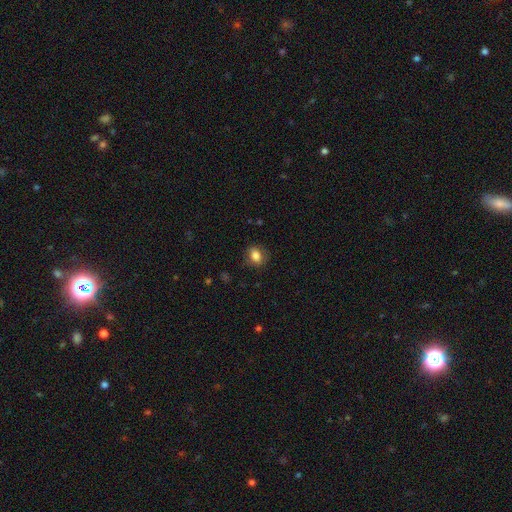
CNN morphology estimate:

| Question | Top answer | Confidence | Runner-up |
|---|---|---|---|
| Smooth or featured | smooth | 81% | featured or disk (10%) |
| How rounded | in between | 56% | round (43%) |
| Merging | none | 79% | minor disturbance (15%) |